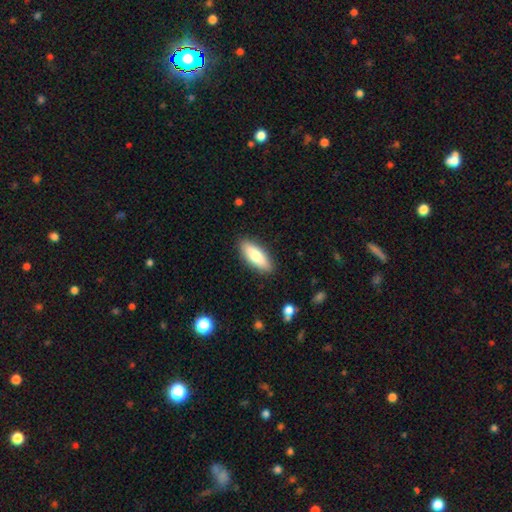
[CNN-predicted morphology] Smooth or featured? Predicted: smooth (p=0.77). How rounded? Predicted: in between (p=0.66). Merging? Predicted: none (p=0.88).